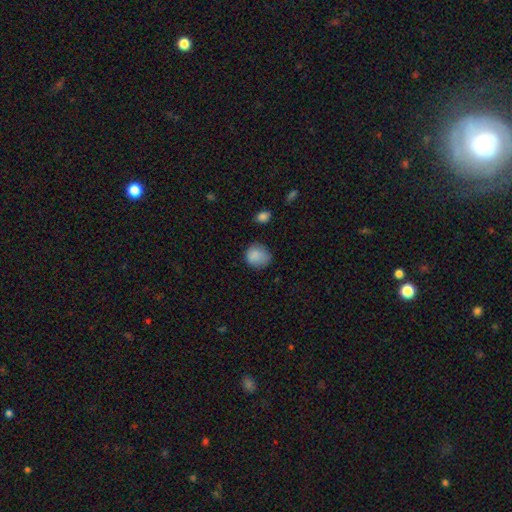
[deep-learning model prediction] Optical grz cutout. It shows a smooth galaxy with no disk features (85%) that is round (77%). Merging: none (68%).